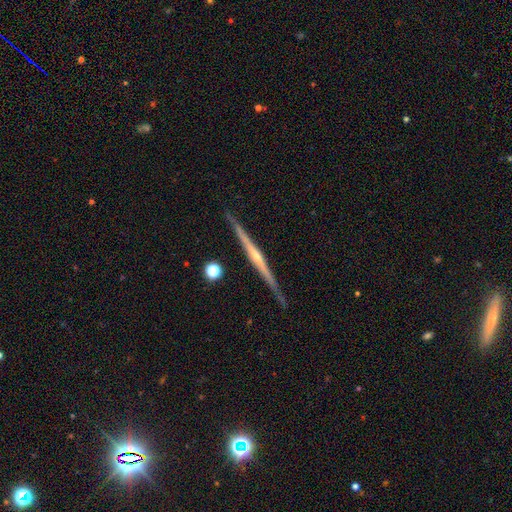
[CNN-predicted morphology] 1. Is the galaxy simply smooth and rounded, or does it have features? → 83% featured or disk, 12% smooth, 5% star or artifact.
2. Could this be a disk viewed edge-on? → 98% yes, 2% no.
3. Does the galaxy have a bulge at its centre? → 67% rounded, 27% none, 6% boxy.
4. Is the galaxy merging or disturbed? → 88% none, 9% minor disturbance, 2% merger, 1% major disturbance.